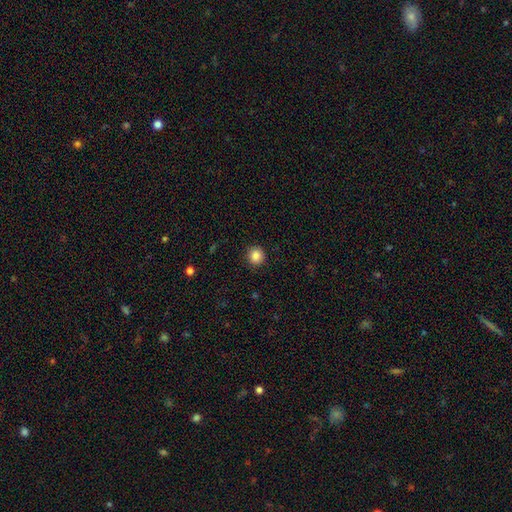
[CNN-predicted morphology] smooth_or_featured: smooth (p=0.86) [alt: star or artifact p=0.10]
how_rounded: round (p=0.92) [alt: in between p=0.07]
merging: none (p=0.91) [alt: minor disturbance p=0.06]